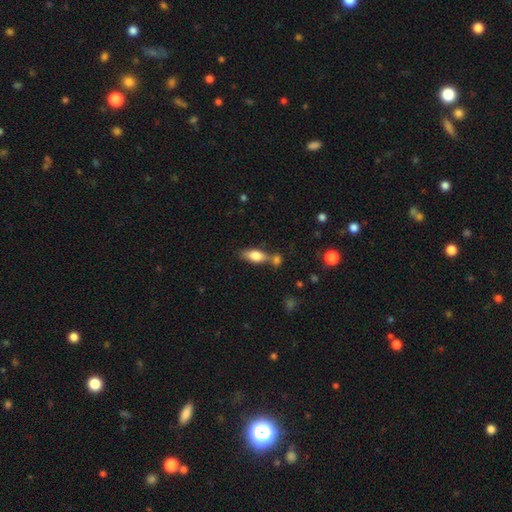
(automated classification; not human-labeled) This is likely a smooth galaxy (73%). How rounded: likely in between (75%). Merging: possibly none (54%).